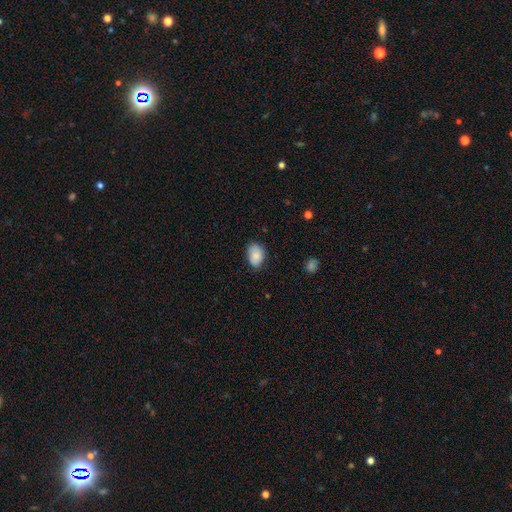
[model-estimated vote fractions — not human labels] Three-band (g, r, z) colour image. It shows a smooth galaxy with no disk features (84%) that is in between round and cigar-shaped (78%). Merging: none (66%).